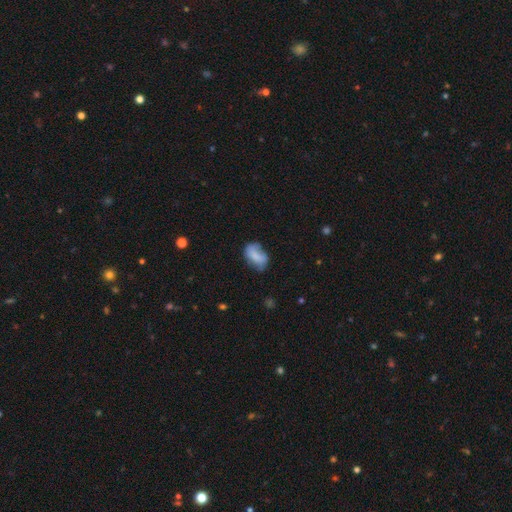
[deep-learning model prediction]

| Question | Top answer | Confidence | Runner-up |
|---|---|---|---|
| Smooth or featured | smooth | 68% | featured or disk (23%) |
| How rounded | in between | 88% | round (10%) |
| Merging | none | 46% | minor disturbance (34%) |